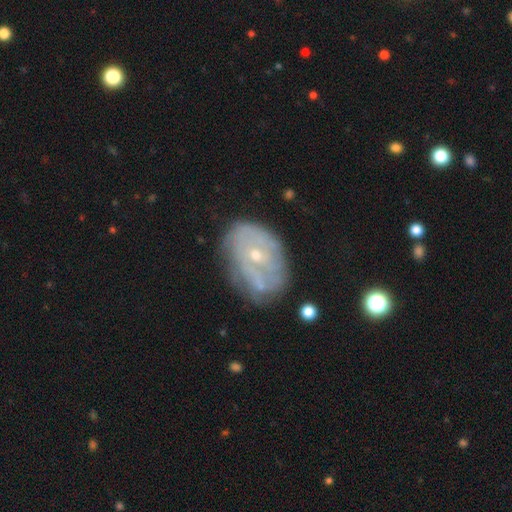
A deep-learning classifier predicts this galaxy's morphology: The model was most divided on "spiral arms": yes: 54%, no: 46%. More confident: edge-on disk — no (95%); bar — no (72%); bulge size — small (70%); smooth or featured — featured or disk (66%); merging — none (56%).